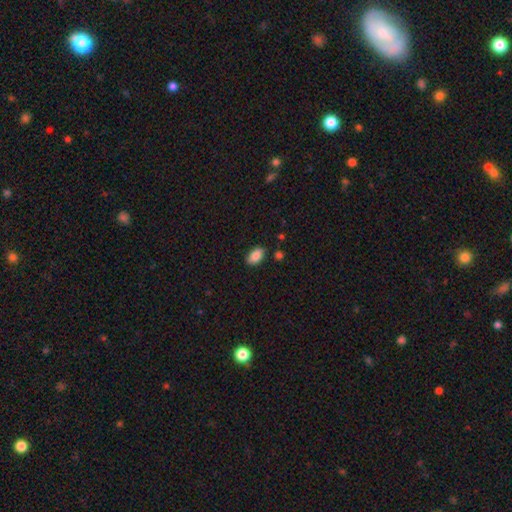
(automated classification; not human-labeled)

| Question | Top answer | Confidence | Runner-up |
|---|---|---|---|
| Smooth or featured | smooth | 87% | star or artifact (8%) |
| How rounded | in between | 92% | round (5%) |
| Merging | none | 83% | minor disturbance (12%) |